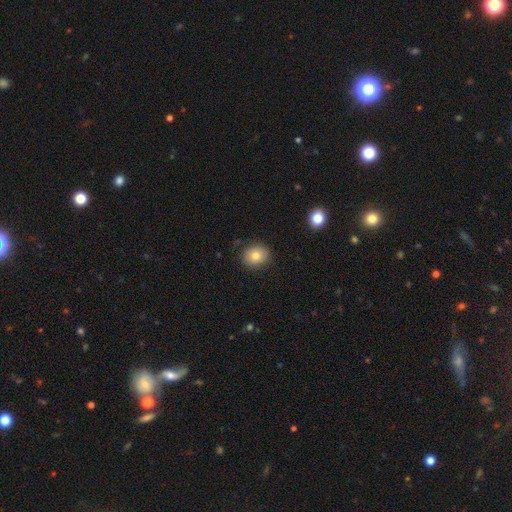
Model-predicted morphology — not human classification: A smooth galaxy with no disk features (80%) that is round (66%). Merging: none (87%).